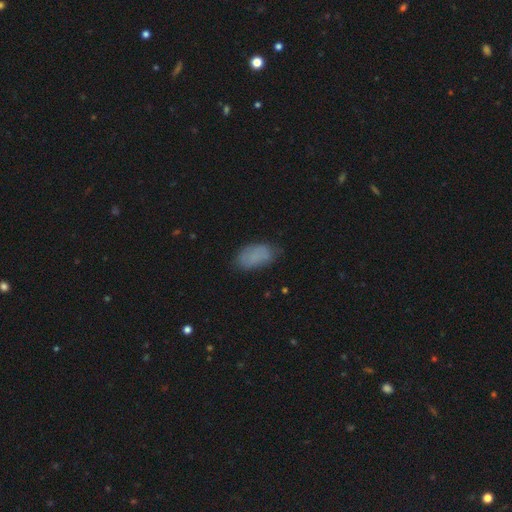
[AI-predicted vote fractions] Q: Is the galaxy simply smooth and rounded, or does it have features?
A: smooth — 80%.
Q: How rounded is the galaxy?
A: in between — 93%.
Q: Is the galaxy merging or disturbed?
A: none — 72%.